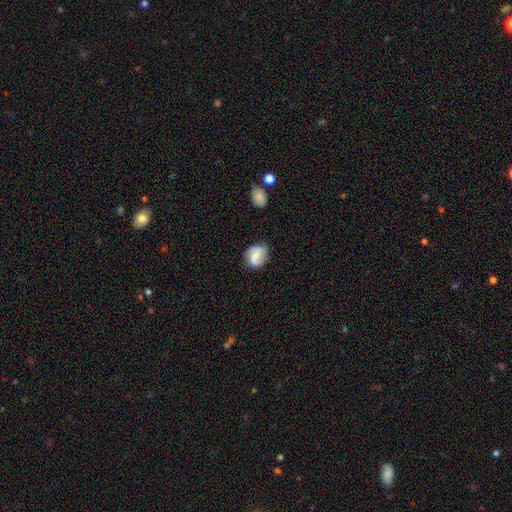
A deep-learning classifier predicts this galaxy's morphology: Smooth or featured?
  - smooth: 51% *
  - featured or disk: 41%
  - star or artifact: 8%
How rounded?
  - round: 53% *
  - in between: 45%
  - cigar-shaped: 1%
Merging?
  - none: 67% *
  - minor disturbance: 24%
  - major disturbance: 7%
  - merger: 3%